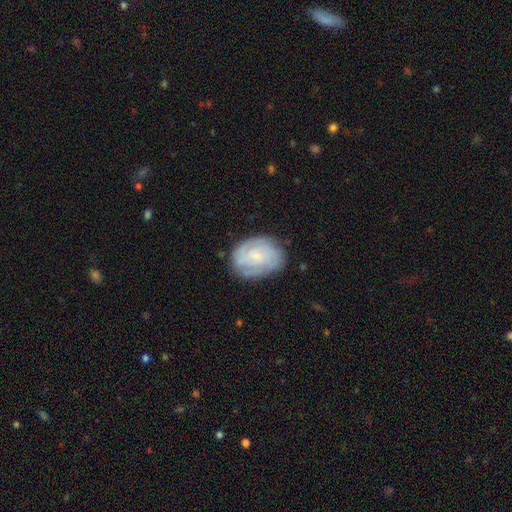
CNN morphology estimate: Smooth or featured?
  - featured or disk: 52% *
  - smooth: 41%
  - star or artifact: 8%
Edge-on disk?
  - no: 97% *
  - yes: 3%
Bar?
  - no: 66% *
  - weak: 29%
  - strong: 5%
Spiral arms?
  - yes: 73% *
  - no: 27%
Bulge size?
  - small: 45% *
  - moderate: 29%
  - none: 20%
  - large: 4%
  - dominant: 1%
Merging?
  - none: 69% *
  - minor disturbance: 22%
  - major disturbance: 7%
  - merger: 1%